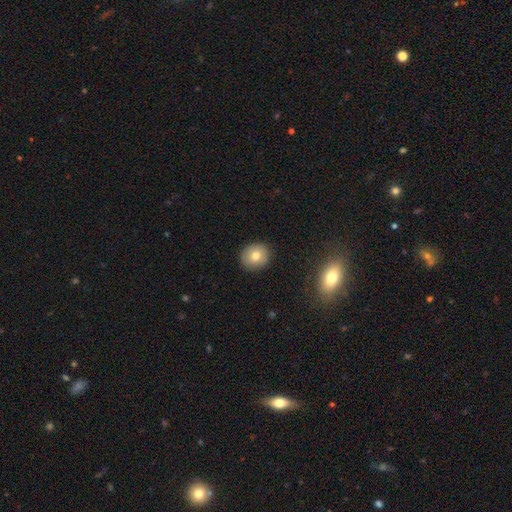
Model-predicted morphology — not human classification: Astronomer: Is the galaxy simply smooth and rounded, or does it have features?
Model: smooth — 77%.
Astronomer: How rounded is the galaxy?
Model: round — 76%.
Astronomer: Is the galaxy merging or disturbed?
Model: none — 89%.